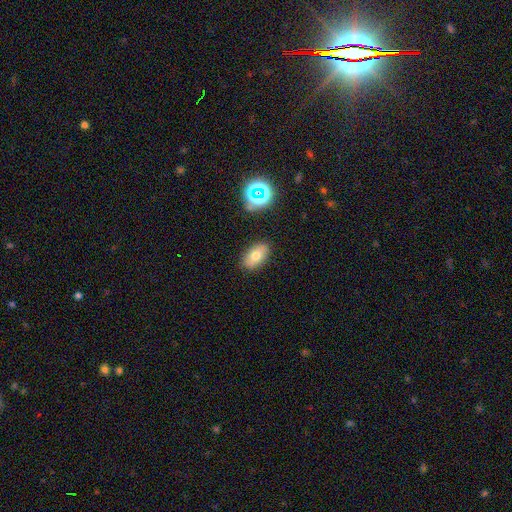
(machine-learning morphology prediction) smooth 71%, featured or disk 17%, star or artifact 12%. Down the decision tree: how rounded — in between (89%); merging — none (84%).